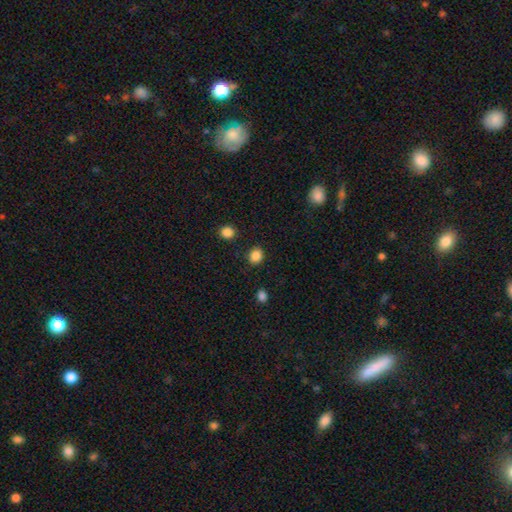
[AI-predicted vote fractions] Smooth or featured? Predicted: smooth (p=0.87). How rounded? Predicted: round (p=0.73). Merging? Predicted: none (p=0.88).